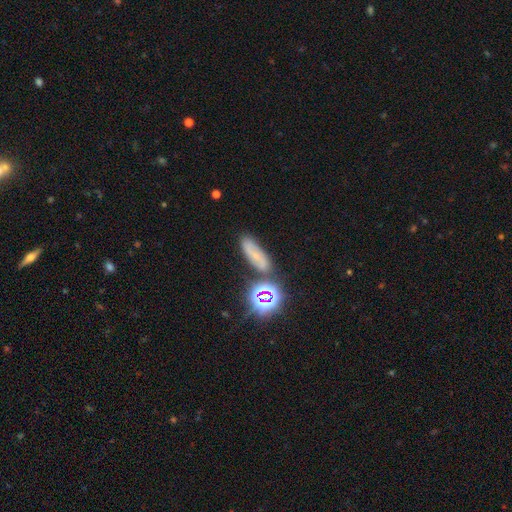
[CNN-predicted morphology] smooth 43%, star or artifact 29%, featured or disk 28%. Down the decision tree: merging — none (67%).